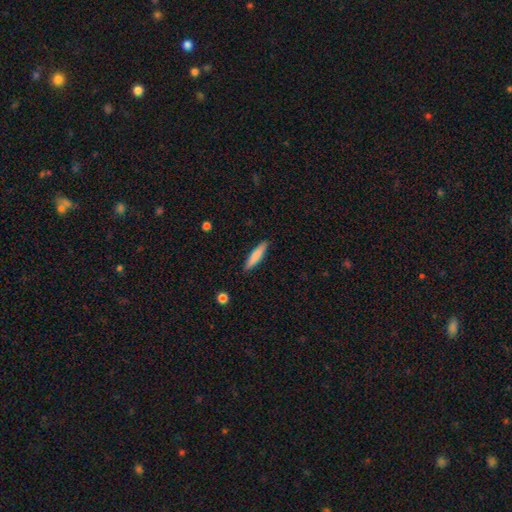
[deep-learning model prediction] Q: Smooth or featured?
A: smooth (79%); runner-up: featured or disk (16%)
Q: How rounded?
A: cigar-shaped (84%); runner-up: in between (14%)
Q: Merging?
A: none (89%); runner-up: minor disturbance (8%)